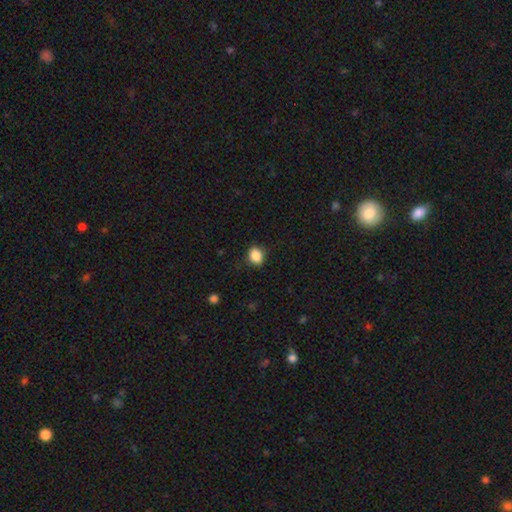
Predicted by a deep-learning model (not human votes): A smooth galaxy with no disk features (87%) that is round (51%).

Vote fractions:
- Smooth or featured? smooth: 87% / star or artifact: 10% / featured or disk: 4%
- How rounded? round: 51% / in between: 48% / cigar-shaped: 1%
- Merging? none: 82% / minor disturbance: 14% / major disturbance: 3% / merger: 1%